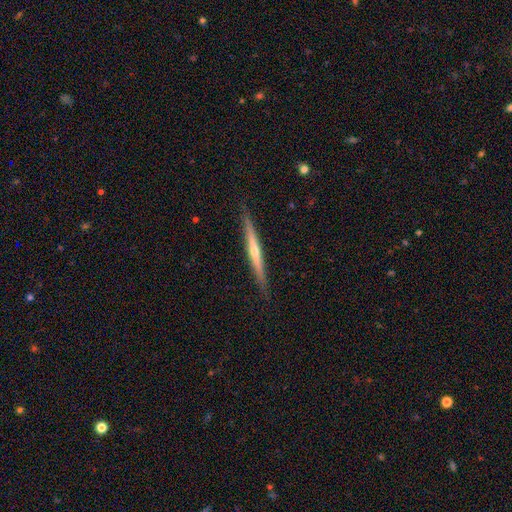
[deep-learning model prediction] smooth-or-featured: featured or disk: 73% | smooth: 21% | star or artifact: 6%
  disk-edge-on: yes: 98% | no: 2%
    edge-on-bulge: rounded: 71% | none: 26% | boxy: 4%
  merging: none: 90% | minor disturbance: 7% | major disturbance: 1% | merger: 1%